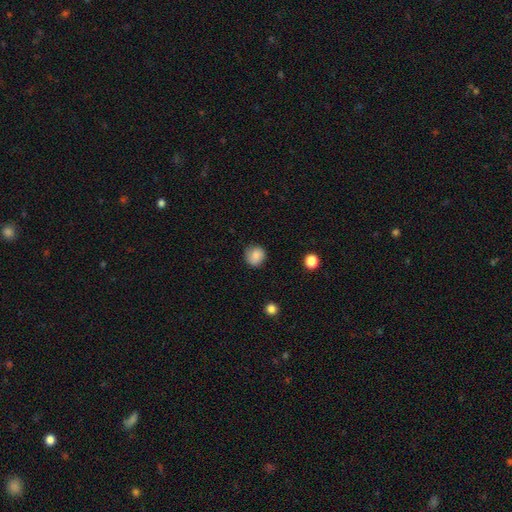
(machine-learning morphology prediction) Smooth or featured: smooth — 83% (star or artifact — 9%)
How rounded: round — 87% (in between — 12%)
Merging: none — 81% (minor disturbance — 15%)